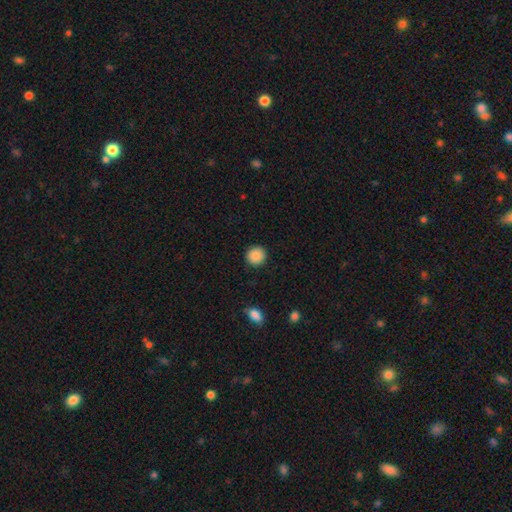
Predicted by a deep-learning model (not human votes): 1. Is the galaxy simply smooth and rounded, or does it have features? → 89% smooth, 8% star or artifact, 3% featured or disk.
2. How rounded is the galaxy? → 94% round, 5% in between, 1% cigar-shaped.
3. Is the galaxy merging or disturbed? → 92% none, 5% minor disturbance, 2% major disturbance, 1% merger.